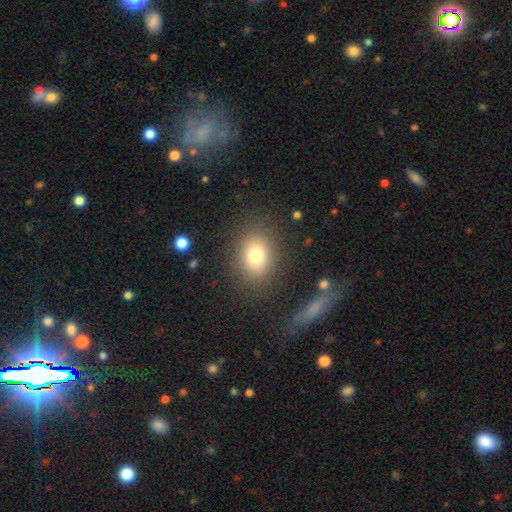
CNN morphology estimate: type=smooth (77%); roundness=in between (51%); merging=none (84%).